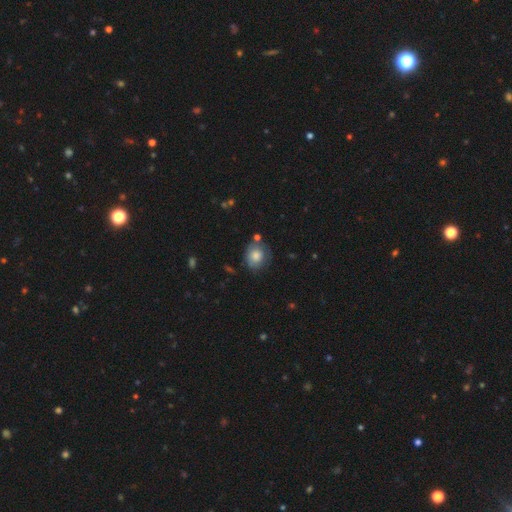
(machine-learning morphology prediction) A smooth galaxy with no disk features (76%) that is round (69%).

Vote fractions:
- Smooth or featured? smooth: 76% / featured or disk: 16% / star or artifact: 8%
- How rounded? round: 69% / in between: 30% / cigar-shaped: 1%
- Merging? none: 68% / minor disturbance: 21% / major disturbance: 6% / merger: 5%